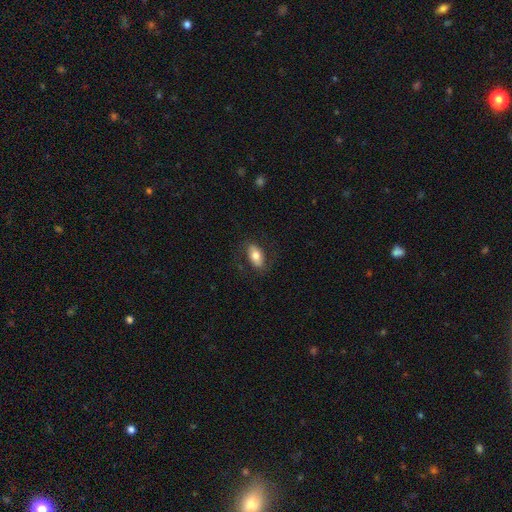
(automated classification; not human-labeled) Q: Smooth or featured?
A: smooth (73%); runner-up: featured or disk (20%)
Q: How rounded?
A: in between (90%); runner-up: cigar-shaped (5%)
Q: Merging?
A: none (80%); runner-up: minor disturbance (13%)